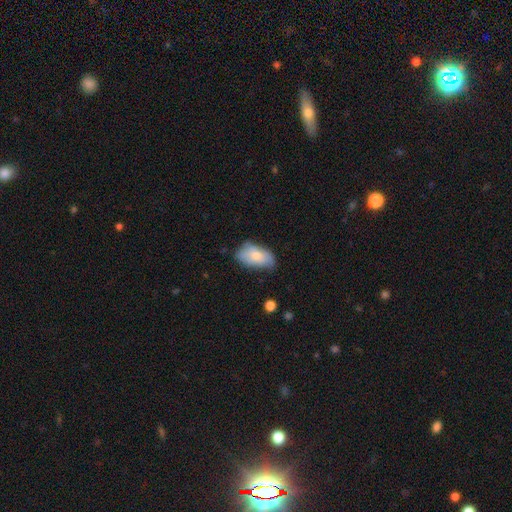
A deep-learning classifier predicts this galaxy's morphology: smooth_or_featured: smooth (p=0.68) [alt: featured or disk p=0.26]
how_rounded: in between (p=0.93) [alt: round p=0.04]
merging: none (p=0.54) [alt: minor disturbance p=0.34]